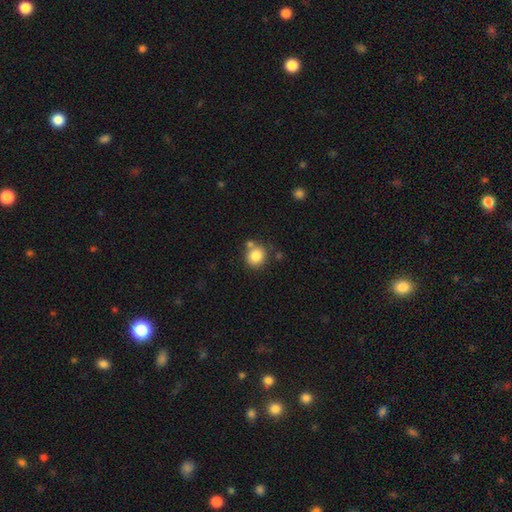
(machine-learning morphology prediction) Smooth or featured?
  - smooth: 83% *
  - star or artifact: 10%
  - featured or disk: 7%
How rounded?
  - round: 84% *
  - in between: 16%
  - cigar-shaped: 1%
Merging?
  - none: 66% *
  - merger: 18%
  - minor disturbance: 12%
  - major disturbance: 4%